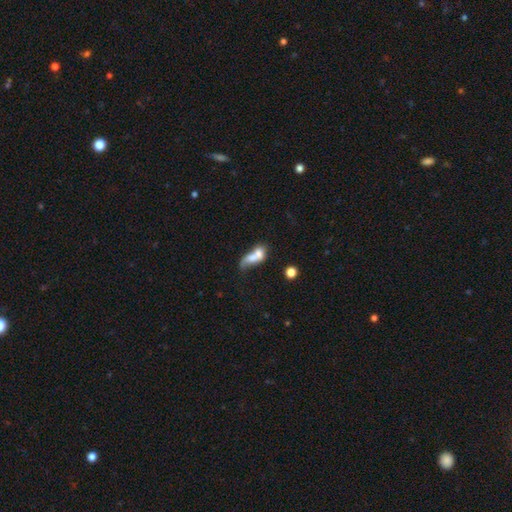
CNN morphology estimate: Smooth or featured?
  - smooth: 61% *
  - featured or disk: 29%
  - star or artifact: 10%
How rounded?
  - in between: 65% *
  - cigar-shaped: 19%
  - round: 16%
Merging?
  - merger: 61% *
  - none: 16%
  - major disturbance: 13%
  - minor disturbance: 10%